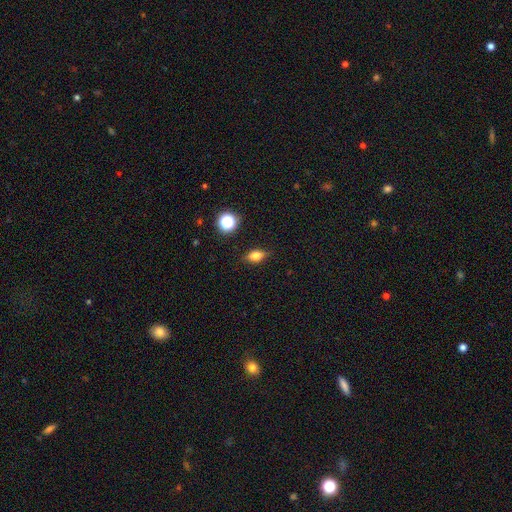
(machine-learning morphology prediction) type=smooth (74%); roundness=in between (76%); merging=none (85%).